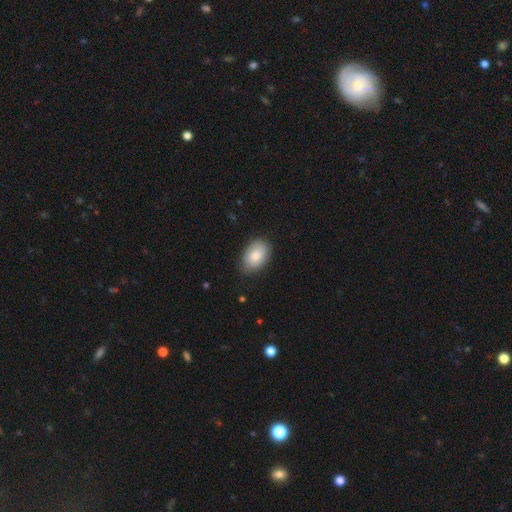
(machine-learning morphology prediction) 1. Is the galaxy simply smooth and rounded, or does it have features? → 83% smooth, 11% featured or disk, 6% star or artifact.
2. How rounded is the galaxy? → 88% in between, 11% round, 1% cigar-shaped.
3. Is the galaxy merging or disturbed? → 81% none, 15% minor disturbance, 3% major disturbance, 1% merger.